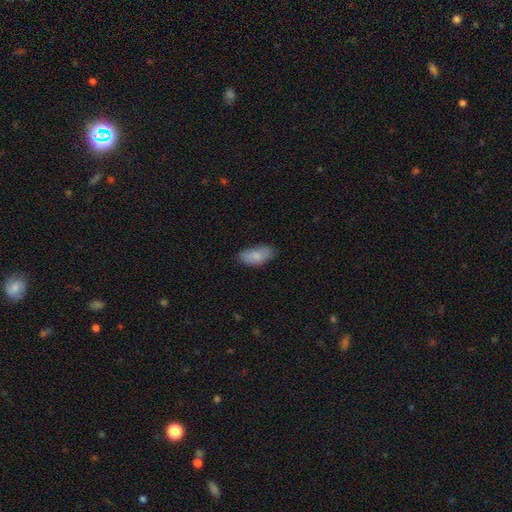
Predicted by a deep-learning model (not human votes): Overall: smooth (81%). How rounded: in between (92%). Merging: none (71%).